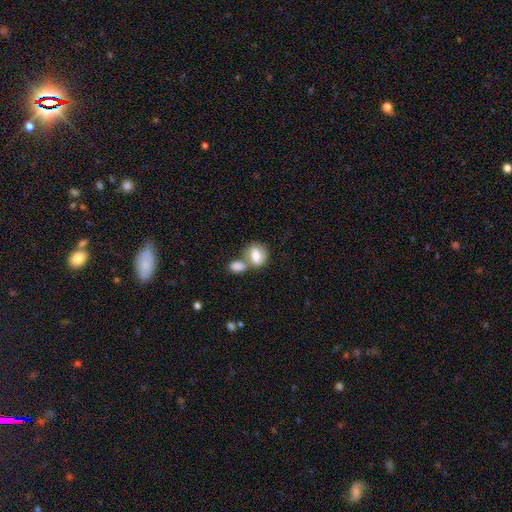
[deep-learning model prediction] Morphology: type=smooth (70%); roundness=in between (64%); merging=merger (53%).